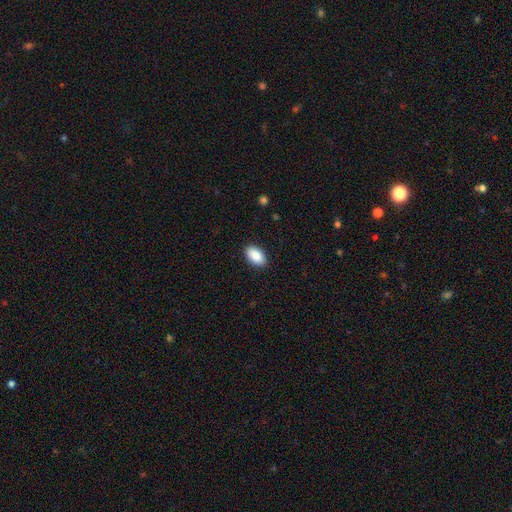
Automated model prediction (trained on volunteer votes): Morphology: type=smooth (88%); roundness=in between (94%); merging=none (89%).